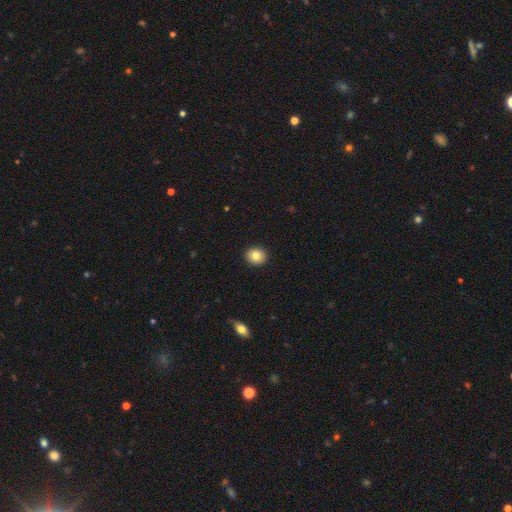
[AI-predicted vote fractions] smooth 82%, featured or disk 9%, star or artifact 9%. Down the decision tree: how rounded — round (74%); merging — none (92%).